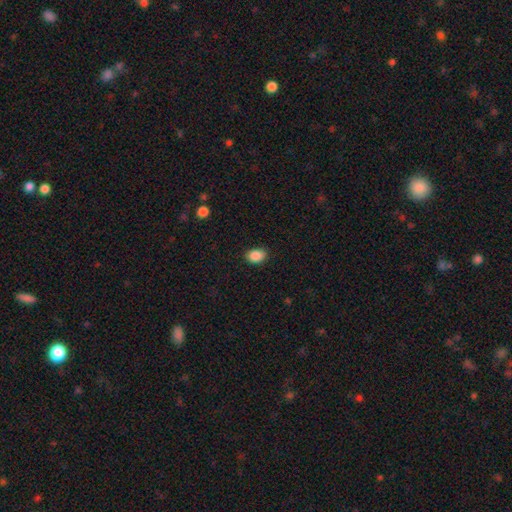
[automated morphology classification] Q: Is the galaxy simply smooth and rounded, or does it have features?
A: smooth — 89%.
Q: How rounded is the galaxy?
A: in between — 74%.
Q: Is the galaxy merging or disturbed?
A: none — 85%.